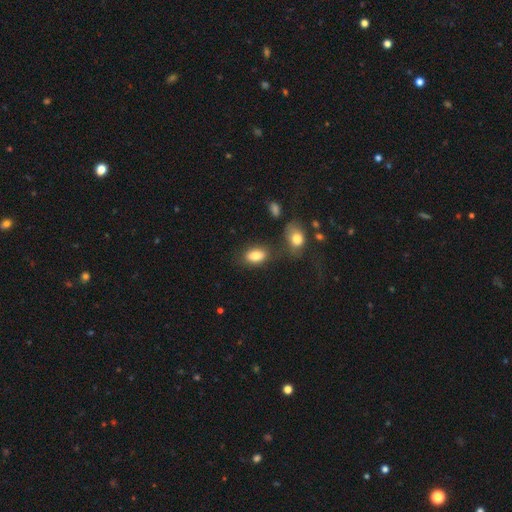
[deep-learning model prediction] A smooth galaxy with no disk features (83%) that is in between round and cigar-shaped (89%).

Vote fractions:
- Smooth or featured? smooth: 83% / featured or disk: 9% / star or artifact: 8%
- How rounded? in between: 89% / round: 9% / cigar-shaped: 2%
- Merging? none: 70% / minor disturbance: 14% / merger: 11% / major disturbance: 5%